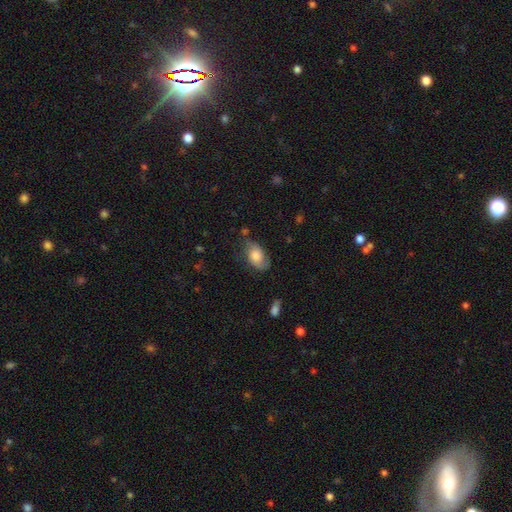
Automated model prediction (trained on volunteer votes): Smooth or featured?
  - smooth: 58% *
  - featured or disk: 34%
  - star or artifact: 8%
How rounded?
  - in between: 88% *
  - round: 10%
  - cigar-shaped: 2%
Merging?
  - none: 59% *
  - minor disturbance: 28%
  - major disturbance: 11%
  - merger: 2%